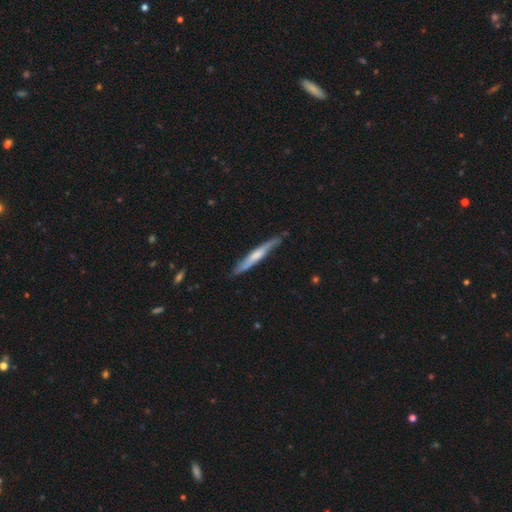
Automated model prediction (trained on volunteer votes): Smooth or featured? featured or disk (51%)
Edge-on disk? yes (92%)
Merging? none (79%)